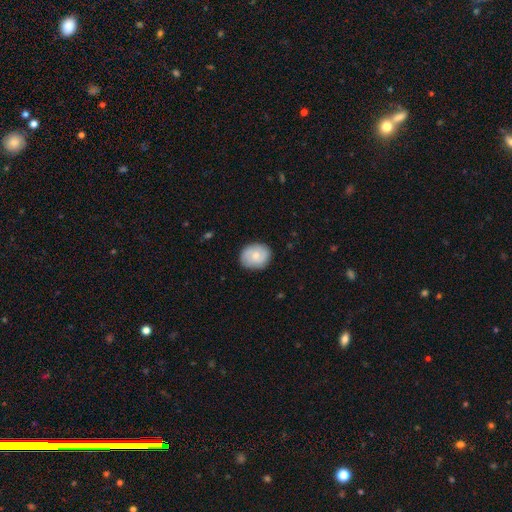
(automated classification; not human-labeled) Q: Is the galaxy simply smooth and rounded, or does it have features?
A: smooth — 61%.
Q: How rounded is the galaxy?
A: round — 59%.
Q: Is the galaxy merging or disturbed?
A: none — 85%.